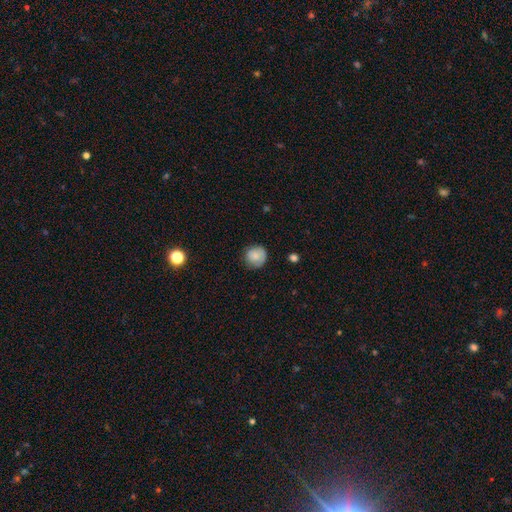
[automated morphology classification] This is clearly a smooth galaxy (81%). How rounded: clearly round (90%). Merging: likely none (77%).